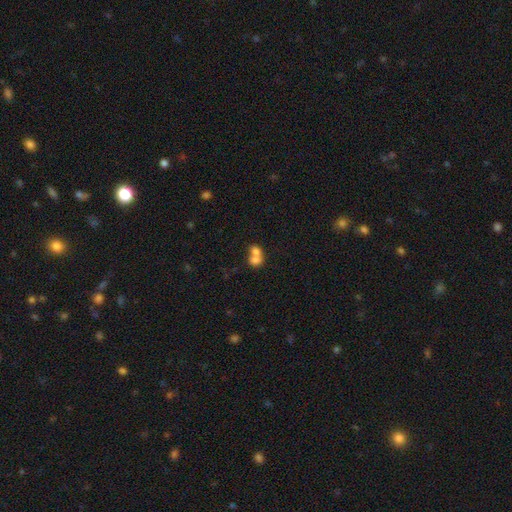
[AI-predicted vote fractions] Overall: smooth (72%). How rounded: round (51%; in between 47%). Merging: merger (72%).